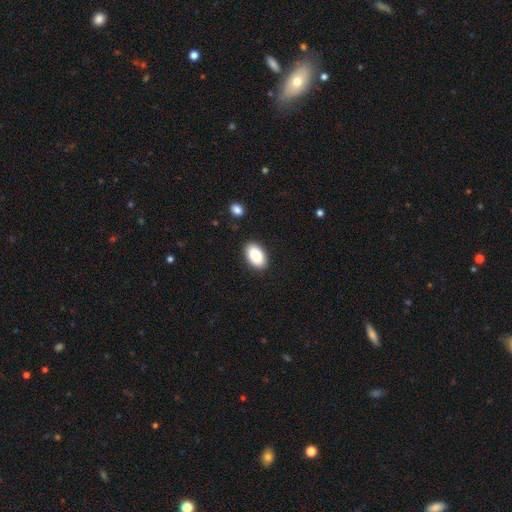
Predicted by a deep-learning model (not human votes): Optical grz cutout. It shows a smooth galaxy with no disk features (85%) that is in between round and cigar-shaped (93%). Merging: none (89%).